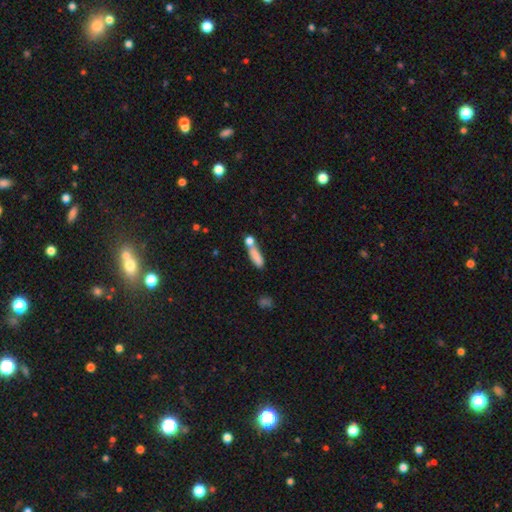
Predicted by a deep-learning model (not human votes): Morphology: type=smooth (78%); roundness=cigar-shaped (58%); merging=none (44%).